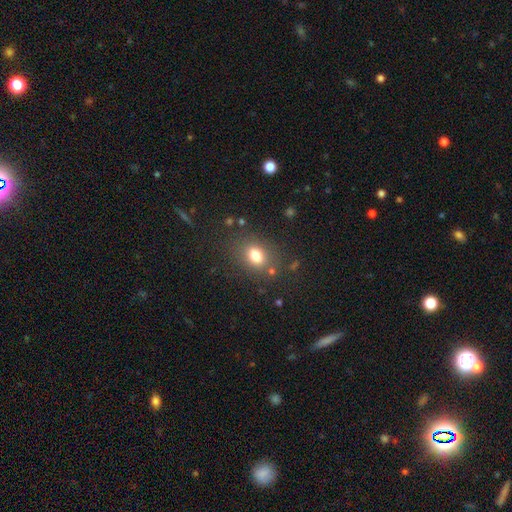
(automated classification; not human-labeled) Morphology: type=smooth (78%); roundness=in between (61%); merging=none (78%).